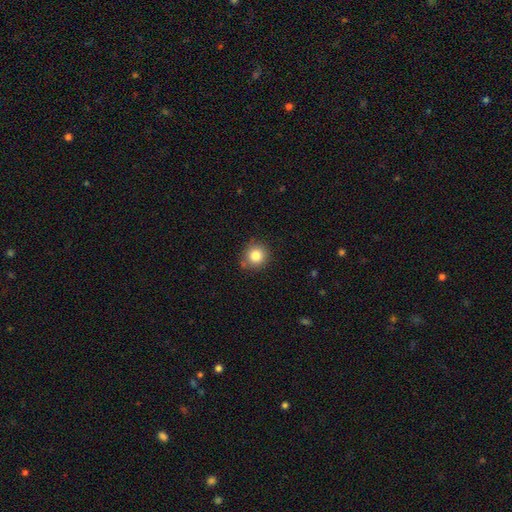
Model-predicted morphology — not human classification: A smooth galaxy with no disk features (84%) that is round (91%).

Vote fractions:
- Smooth or featured? smooth: 84% / star or artifact: 10% / featured or disk: 6%
- How rounded? round: 91% / in between: 8% / cigar-shaped: 1%
- Merging? none: 80% / minor disturbance: 14% / merger: 3% / major disturbance: 3%